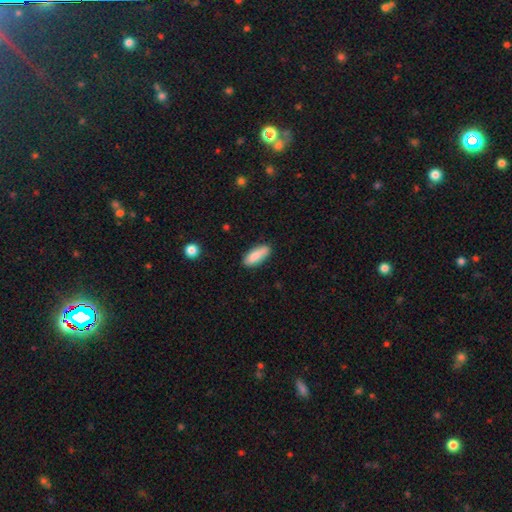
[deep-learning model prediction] This appears to be a smooth galaxy with no disk features (88%) that is in between round and cigar-shaped (69%). Merging: none (82%).